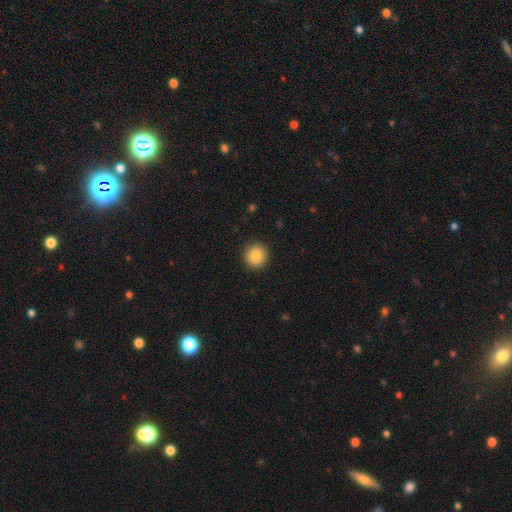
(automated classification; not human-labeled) A smooth galaxy with no disk features (86%) that is round (94%).

Vote fractions:
- Smooth or featured? smooth: 86% / star or artifact: 9% / featured or disk: 5%
- How rounded? round: 94% / in between: 5% / cigar-shaped: 1%
- Merging? none: 92% / minor disturbance: 5% / major disturbance: 2% / merger: 1%